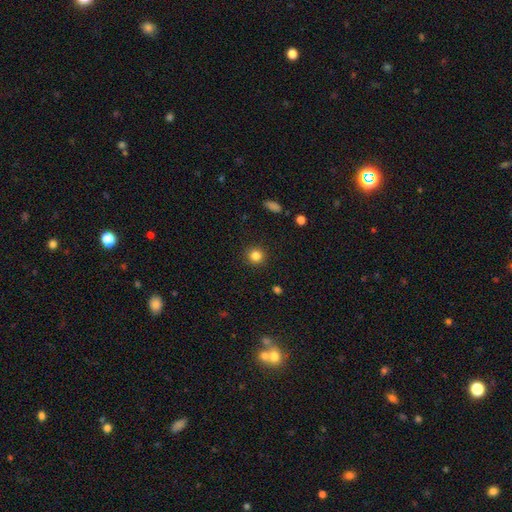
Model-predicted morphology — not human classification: This appears to be a smooth galaxy with no disk features (83%) that is round (92%). Merging: none (91%).